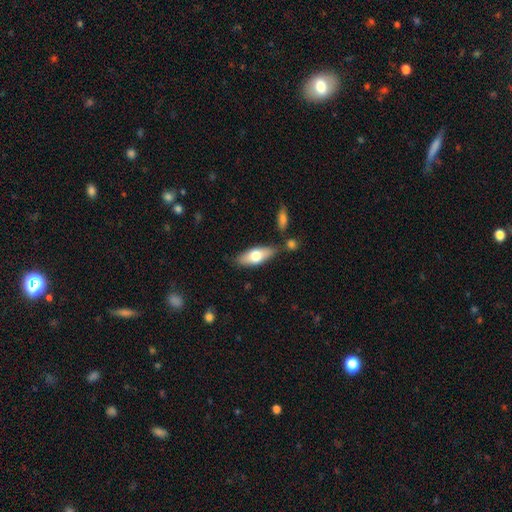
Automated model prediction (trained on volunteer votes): Smooth or featured? smooth (67%)
How rounded? in between (74%)
Merging? none (76%)